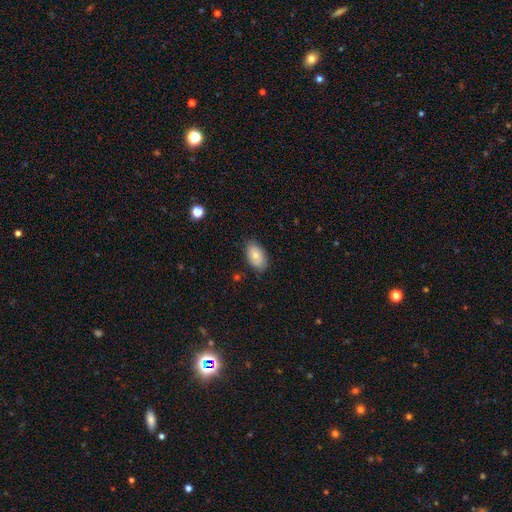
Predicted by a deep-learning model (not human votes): Smooth or featured? Predicted: smooth (p=0.80). How rounded? Predicted: in between (p=0.93). Merging? Predicted: none (p=0.83).